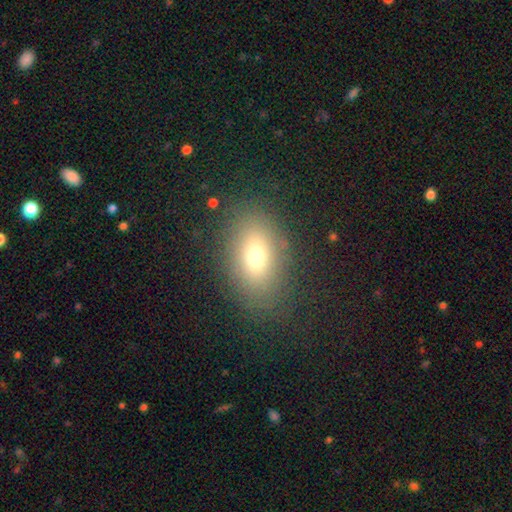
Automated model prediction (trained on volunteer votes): This is likely a smooth galaxy (72%). How rounded: clearly in between (85%). Merging: clearly none (84%).